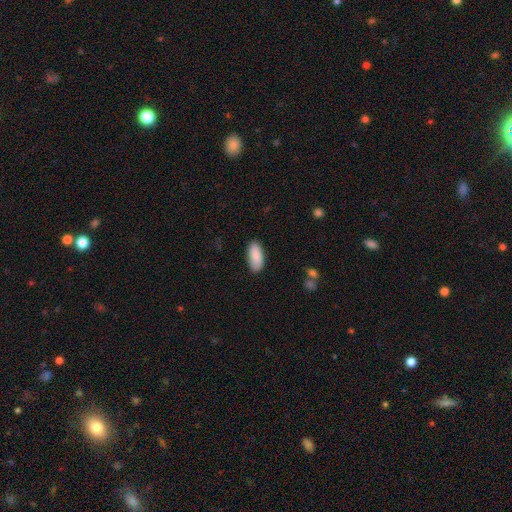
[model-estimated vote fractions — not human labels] smooth-or-featured: smooth: 86% | featured or disk: 8% | star or artifact: 6%
  how-rounded: in between: 89% | cigar-shaped: 9% | round: 2%
  merging: none: 83% | minor disturbance: 13% | major disturbance: 2% | merger: 1%